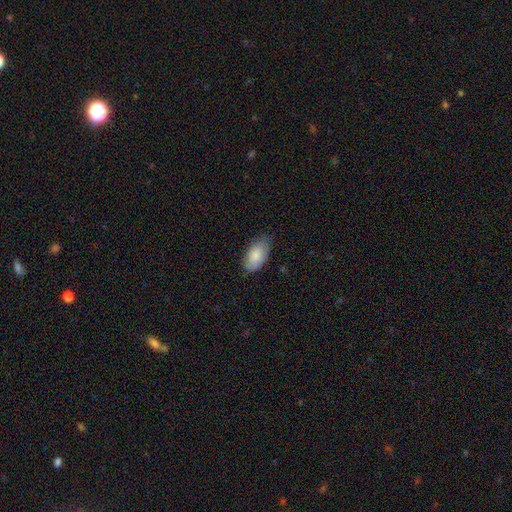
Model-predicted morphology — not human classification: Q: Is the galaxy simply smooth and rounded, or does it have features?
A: smooth — 84%.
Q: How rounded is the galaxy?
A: in between — 95%.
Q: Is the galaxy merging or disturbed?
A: none — 71%.